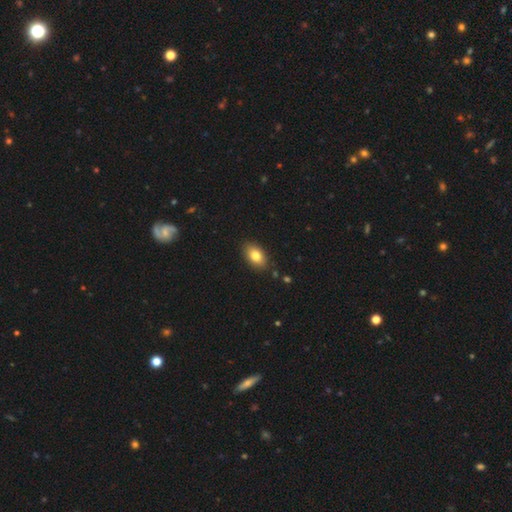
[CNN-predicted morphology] smooth-or-featured: smooth: 81% | featured or disk: 11% | star or artifact: 8%
  how-rounded: in between: 90% | round: 8% | cigar-shaped: 2%
  merging: none: 86% | minor disturbance: 10% | major disturbance: 2% | merger: 2%